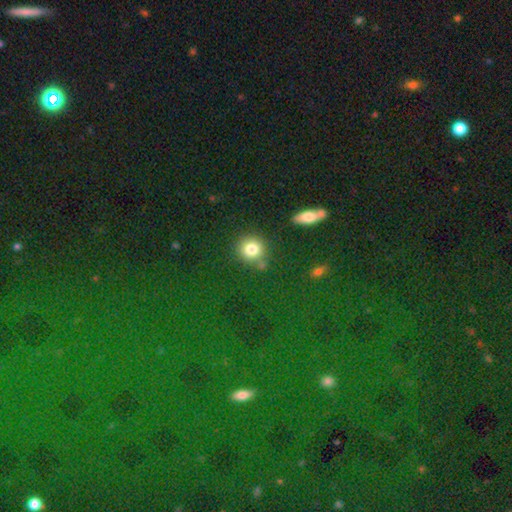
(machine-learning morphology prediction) smooth 69%, star or artifact 23%, featured or disk 8%. Down the decision tree: how rounded — round (85%); merging — none (85%).